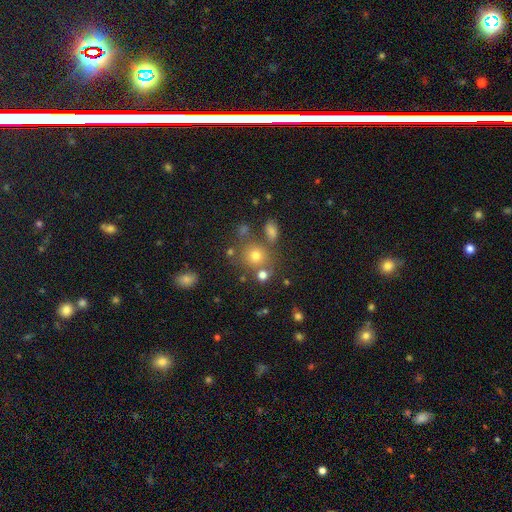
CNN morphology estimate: Smooth or featured? smooth (71%)
How rounded? round (83%)
Merging? none (68%)